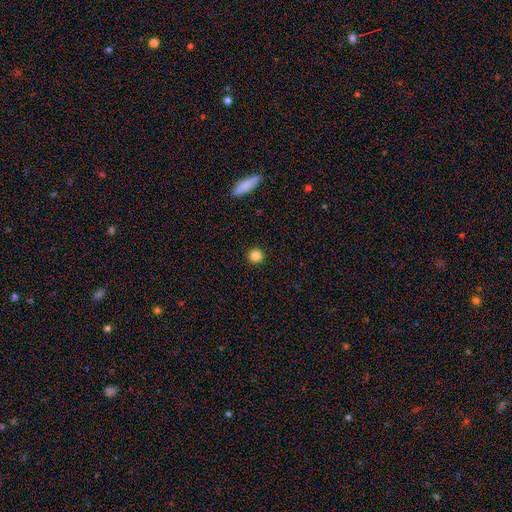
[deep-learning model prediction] Smooth or featured?
  - smooth: 84% *
  - star or artifact: 11%
  - featured or disk: 4%
How rounded?
  - round: 94% *
  - in between: 5%
  - cigar-shaped: 1%
Merging?
  - none: 93% *
  - minor disturbance: 5%
  - major disturbance: 2%
  - merger: 1%